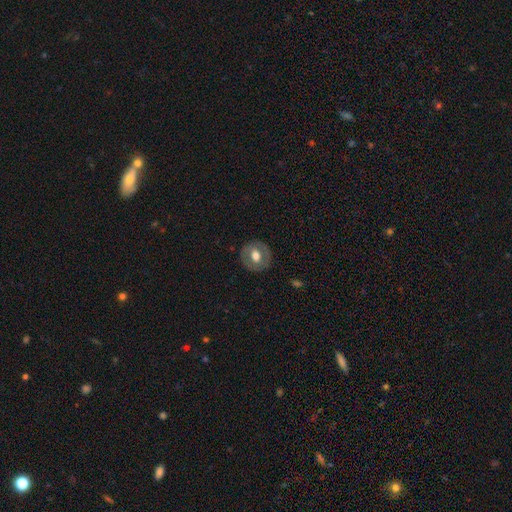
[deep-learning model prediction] Smooth or featured? smooth (51%)
How rounded? round (83%)
Merging? none (86%)